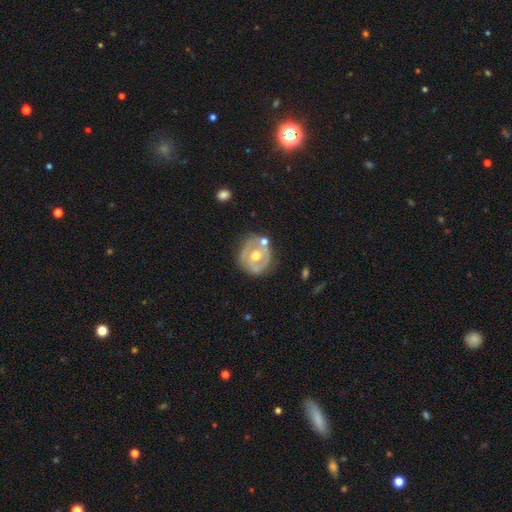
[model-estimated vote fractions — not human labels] Smooth or featured?
  - featured or disk: 64% *
  - smooth: 30%
  - star or artifact: 6%
Edge-on disk?
  - no: 95% *
  - yes: 5%
Bar?
  - no: 61% *
  - weak: 28%
  - strong: 11%
Spiral arms?
  - no: 61% *
  - yes: 39%
Bulge size?
  - moderate: 78% *
  - small: 14%
  - large: 6%
  - none: 1%
  - dominant: 1%
Merging?
  - none: 63% *
  - minor disturbance: 20%
  - merger: 11%
  - major disturbance: 7%